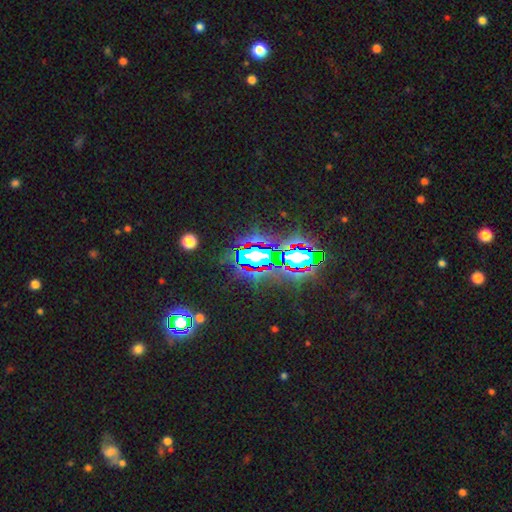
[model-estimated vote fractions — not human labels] A star or artifact, not a galaxy (72%).